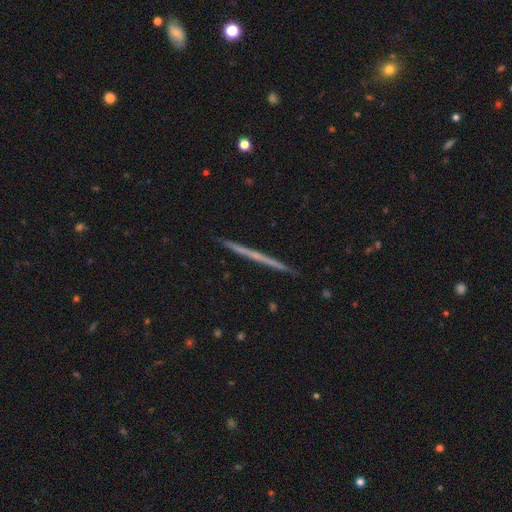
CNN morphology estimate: A featured or disk galaxy (61%) viewed edge-on (98%) with no central bulge (87%).

Vote fractions:
- Smooth or featured? featured or disk: 61% / smooth: 33% / star or artifact: 6%
- Edge-on disk? yes: 98% / no: 2%
- Edge-on bulge? none: 87% / rounded: 10% / boxy: 3%
- Merging? none: 93% / minor disturbance: 5% / merger: 1% / major disturbance: 1%